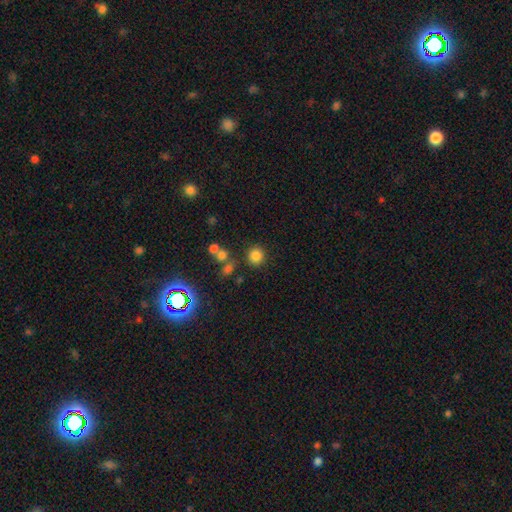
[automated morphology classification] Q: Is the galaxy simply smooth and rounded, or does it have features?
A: smooth — 80%.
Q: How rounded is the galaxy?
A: round — 89%.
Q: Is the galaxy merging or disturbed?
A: none — 82%.